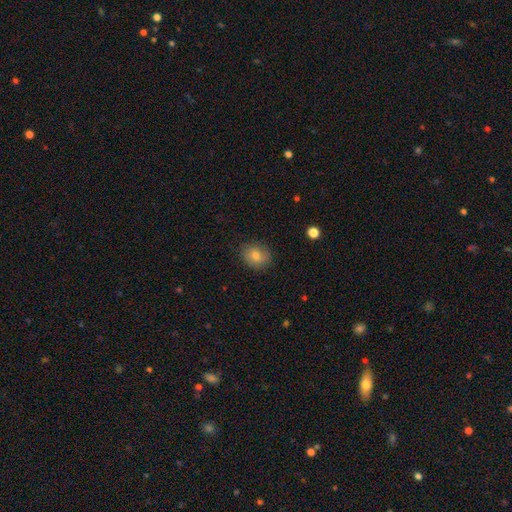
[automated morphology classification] Q: Smooth or featured?
A: smooth (69%); runner-up: featured or disk (20%)
Q: How rounded?
A: round (62%); runner-up: in between (37%)
Q: Merging?
A: none (83%); runner-up: minor disturbance (13%)